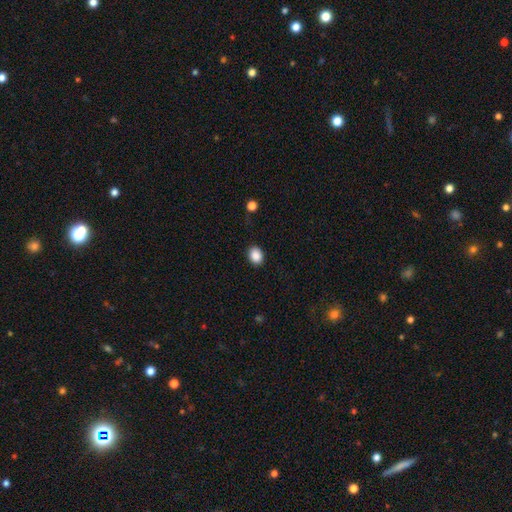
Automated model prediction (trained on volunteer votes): This appears to be a smooth galaxy with no disk features (88%) that is in between round and cigar-shaped (56%). Merging: none (89%).